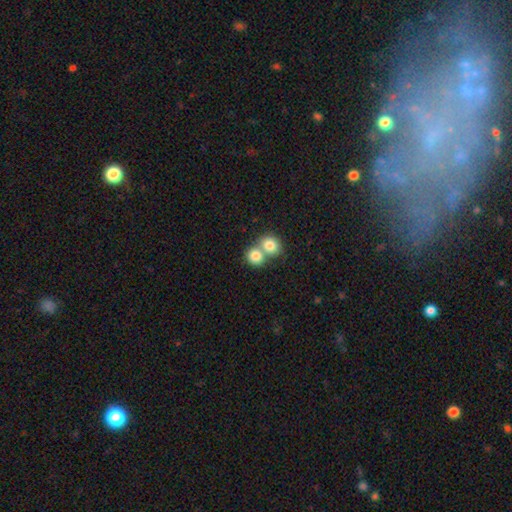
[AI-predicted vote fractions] Smooth or featured? Predicted: smooth (p=0.81). How rounded? Predicted: round (p=0.77). Merging? Predicted: merger (p=0.62).